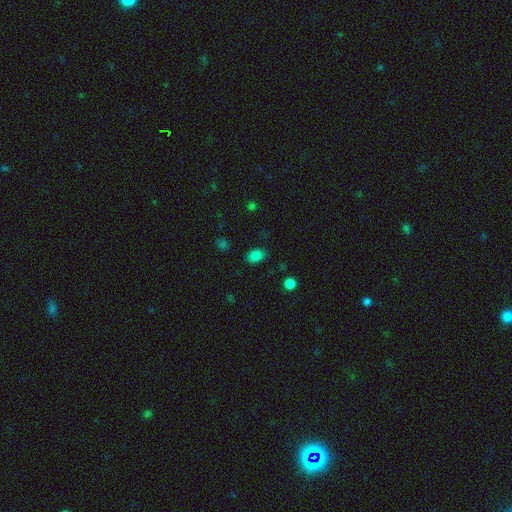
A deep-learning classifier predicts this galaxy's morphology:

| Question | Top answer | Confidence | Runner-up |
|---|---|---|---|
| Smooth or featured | smooth | 83% | star or artifact (11%) |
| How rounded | in between | 81% | round (18%) |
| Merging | none | 82% | minor disturbance (13%) |